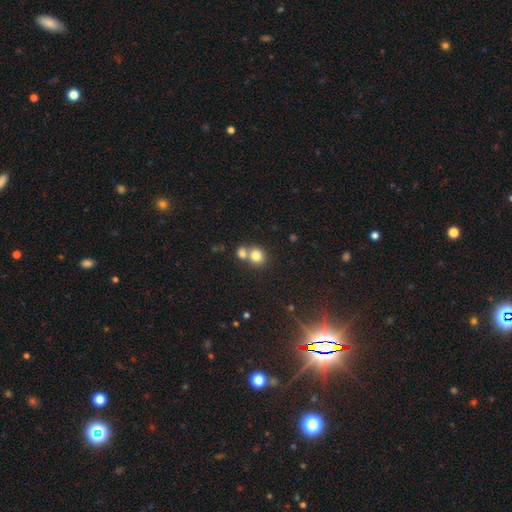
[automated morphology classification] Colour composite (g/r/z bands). It shows a smooth galaxy with no disk features (80%) that is round (78%). Merging: none (46%).